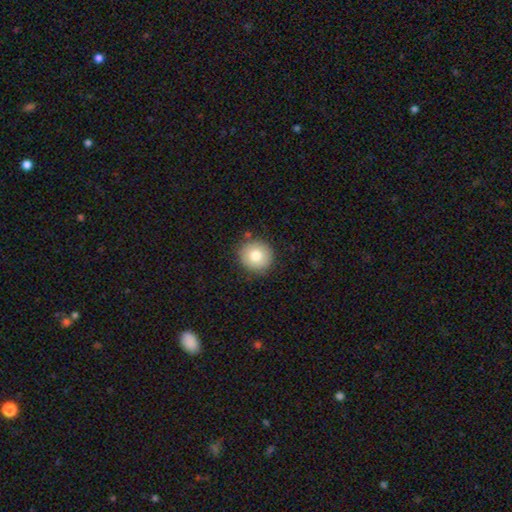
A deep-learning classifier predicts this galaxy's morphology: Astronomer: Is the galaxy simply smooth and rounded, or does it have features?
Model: smooth — 79%.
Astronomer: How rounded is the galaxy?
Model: round — 93%.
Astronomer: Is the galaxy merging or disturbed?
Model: none — 87%.